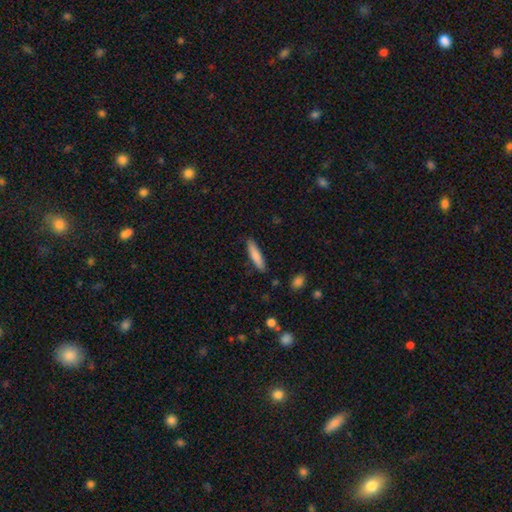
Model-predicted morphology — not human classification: This appears to be a smooth galaxy with no disk features (81%) that is cigar-shaped (82%). Merging: none (87%).